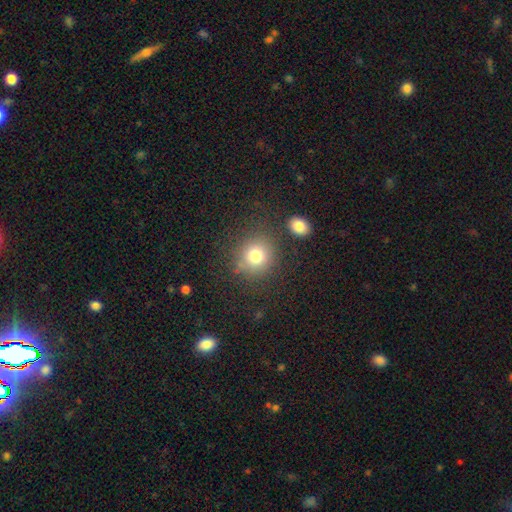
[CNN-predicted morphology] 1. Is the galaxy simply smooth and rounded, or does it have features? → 78% smooth, 13% star or artifact, 9% featured or disk.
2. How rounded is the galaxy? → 86% round, 14% in between, 1% cigar-shaped.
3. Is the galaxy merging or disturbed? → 78% none, 11% minor disturbance, 6% merger, 5% major disturbance.